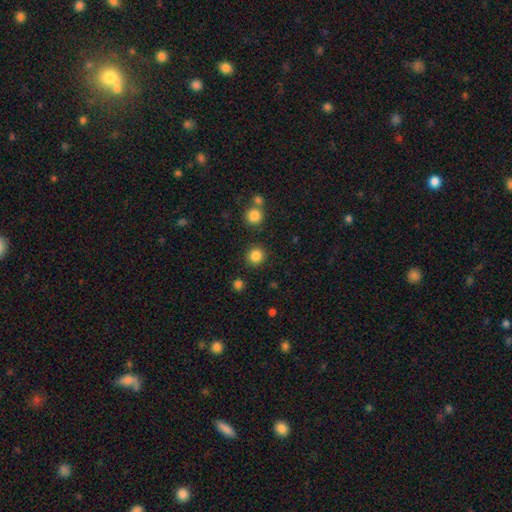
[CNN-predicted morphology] A smooth galaxy with no disk features (84%) that is round (92%).

Vote fractions:
- Smooth or featured? smooth: 84% / star or artifact: 12% / featured or disk: 4%
- How rounded? round: 92% / in between: 7% / cigar-shaped: 1%
- Merging? none: 88% / minor disturbance: 6% / merger: 3% / major disturbance: 3%